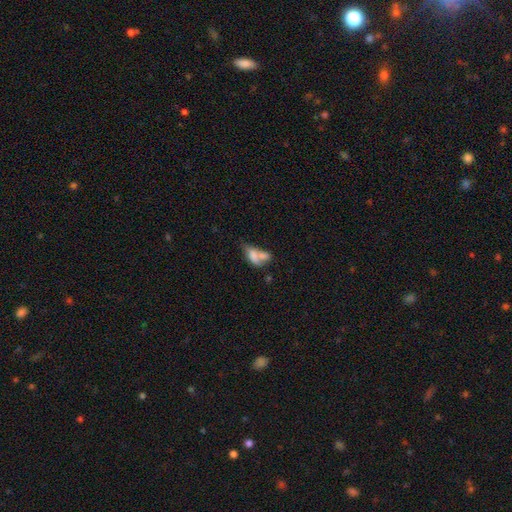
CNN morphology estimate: Smooth or featured? smooth (66%)
How rounded? in between (82%)
Merging? merger (61%)